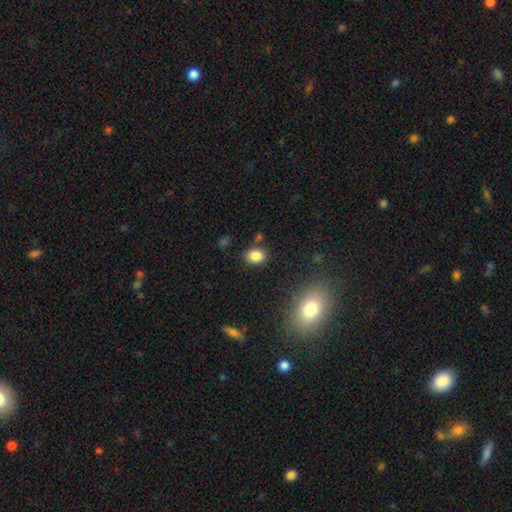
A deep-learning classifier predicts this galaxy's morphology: A smooth galaxy with no disk features (83%) that is in between round and cigar-shaped (52%).

Vote fractions:
- Smooth or featured? smooth: 83% / star or artifact: 11% / featured or disk: 6%
- How rounded? in between: 52% / round: 47% / cigar-shaped: 1%
- Merging? none: 80% / minor disturbance: 11% / merger: 6% / major disturbance: 3%